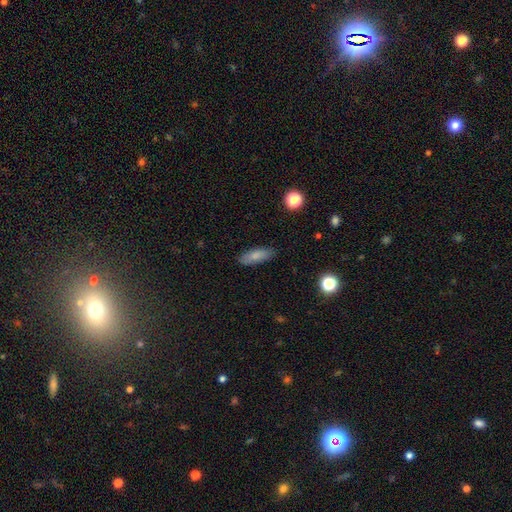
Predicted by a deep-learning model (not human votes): Smooth or featured?
  - smooth: 82% *
  - featured or disk: 11%
  - star or artifact: 7%
How rounded?
  - in between: 64% *
  - cigar-shaped: 33%
  - round: 2%
Merging?
  - none: 85% *
  - minor disturbance: 12%
  - major disturbance: 2%
  - merger: 1%